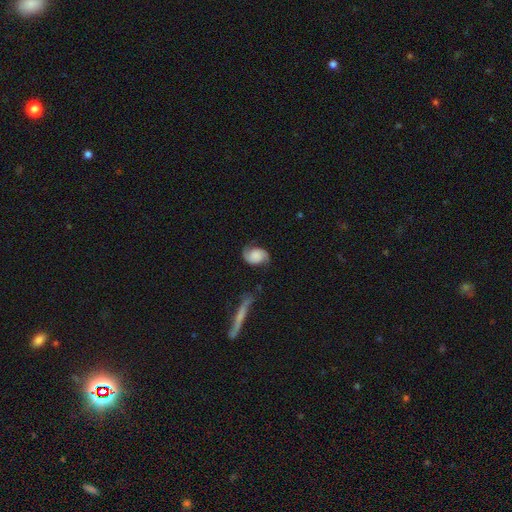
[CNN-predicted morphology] This appears to be a featured or disk galaxy (69%) with no bar (71%), 2 (91%) medium (42%) spiral arms (95%) and no central bulge (42%). Merging: none (67%).